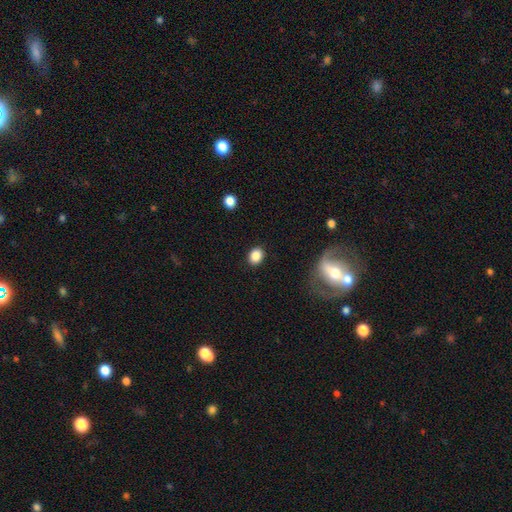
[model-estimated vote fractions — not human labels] smooth 86%, star or artifact 9%, featured or disk 5%. Down the decision tree: how rounded — in between (50%); merging — none (88%).